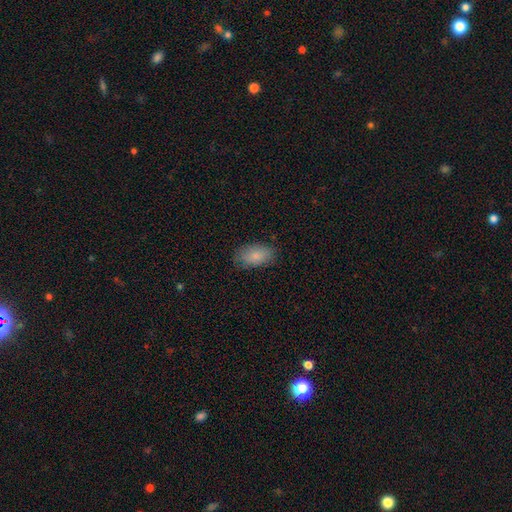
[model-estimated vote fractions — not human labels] The model was most divided on "merging": none: 80%, minor disturbance: 15%, major disturbance: 3%, merger: 1%. More confident: how rounded — in between (92%); smooth or featured — smooth (84%).